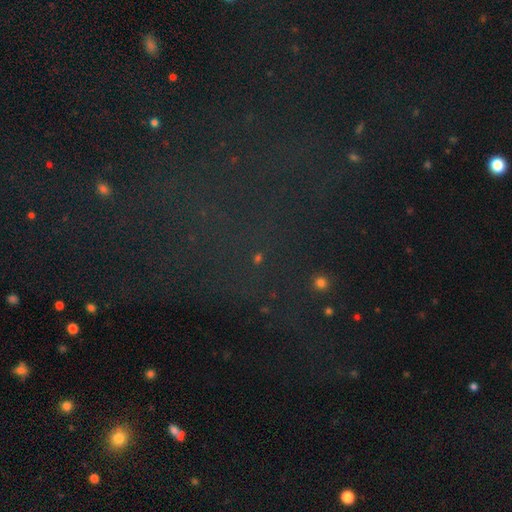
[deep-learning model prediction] smooth-or-featured: star or artifact: 69% | smooth: 18% | featured or disk: 13%